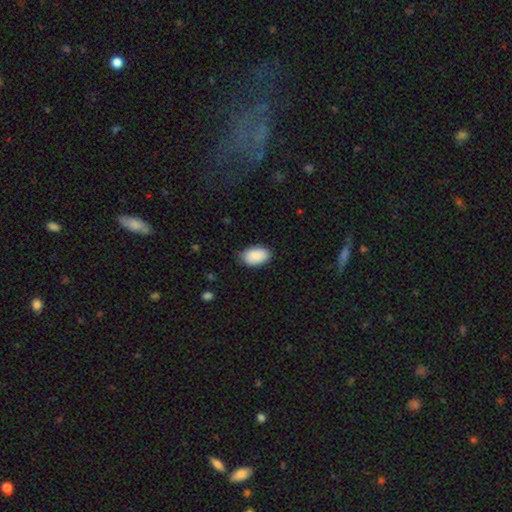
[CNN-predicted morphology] Smooth or featured? smooth (90%)
How rounded? in between (93%)
Merging? none (83%)